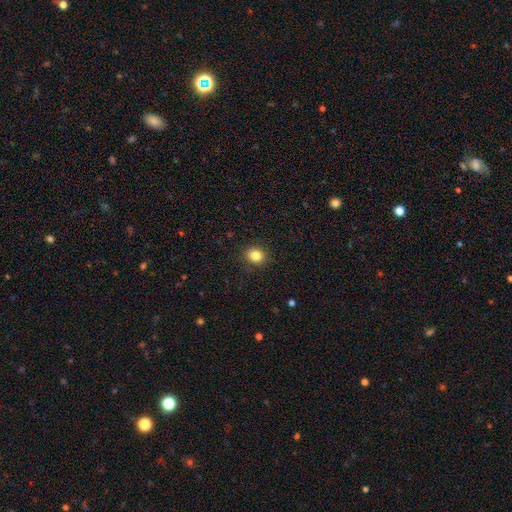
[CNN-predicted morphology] Smooth or featured? Predicted: smooth (p=0.83). How rounded? Predicted: round (p=0.80). Merging? Predicted: none (p=0.90).